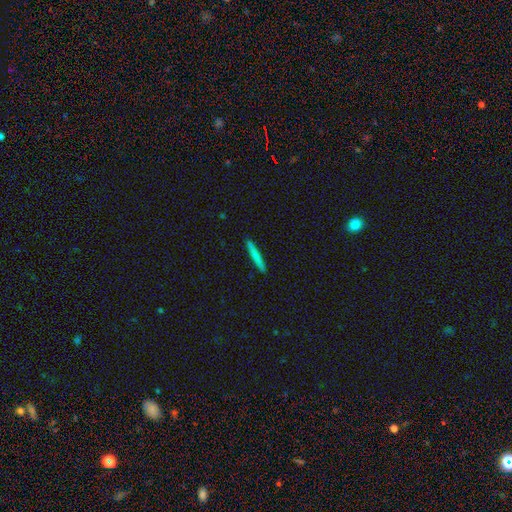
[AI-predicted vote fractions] This appears to be a smooth galaxy with no disk features (75%) that is cigar-shaped (96%). Merging: none (91%).